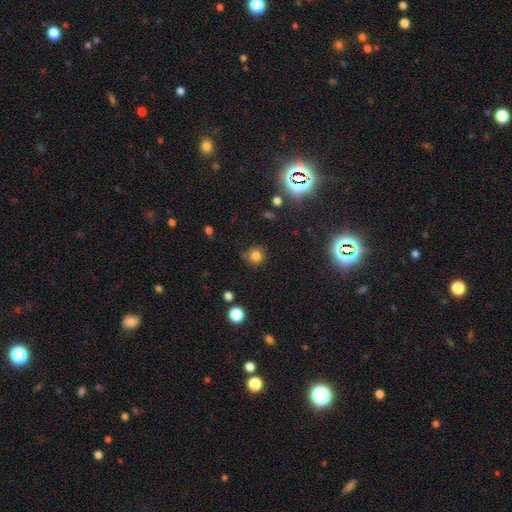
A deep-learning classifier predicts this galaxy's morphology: A smooth galaxy with no disk features (79%) that is round (91%).

Vote fractions:
- Smooth or featured? smooth: 79% / star or artifact: 15% / featured or disk: 6%
- How rounded? round: 91% / in between: 8% / cigar-shaped: 1%
- Merging? none: 80% / minor disturbance: 13% / major disturbance: 3% / merger: 3%